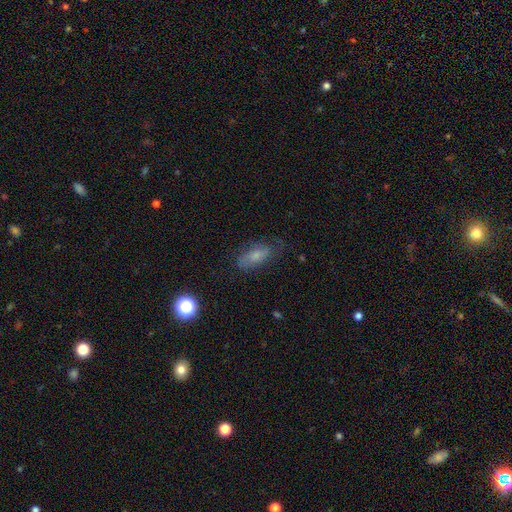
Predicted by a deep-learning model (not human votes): This appears to be a smooth galaxy with no disk features (55%) that is in between round and cigar-shaped (81%). Merging: none (66%).